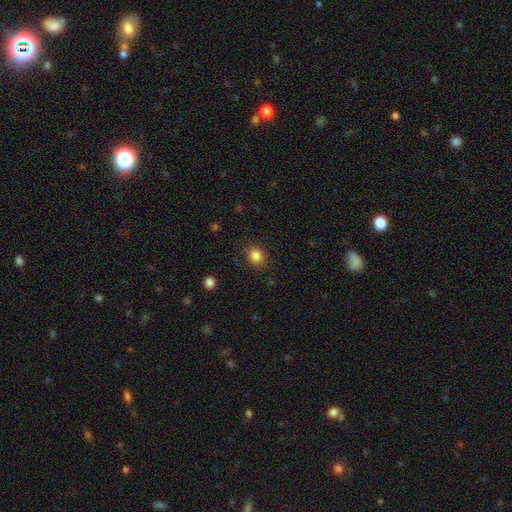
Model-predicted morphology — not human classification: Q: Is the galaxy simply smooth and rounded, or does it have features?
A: smooth — 84%.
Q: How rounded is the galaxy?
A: round — 69%.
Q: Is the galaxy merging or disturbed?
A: none — 86%.